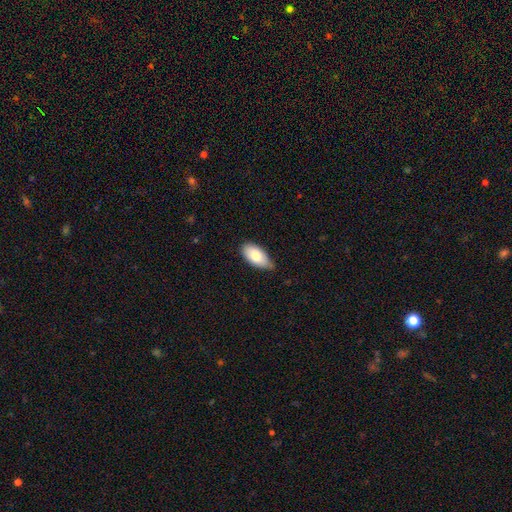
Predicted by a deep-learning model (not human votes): This appears to be a smooth galaxy with no disk features (81%) that is in between round and cigar-shaped (94%). Merging: none (68%).